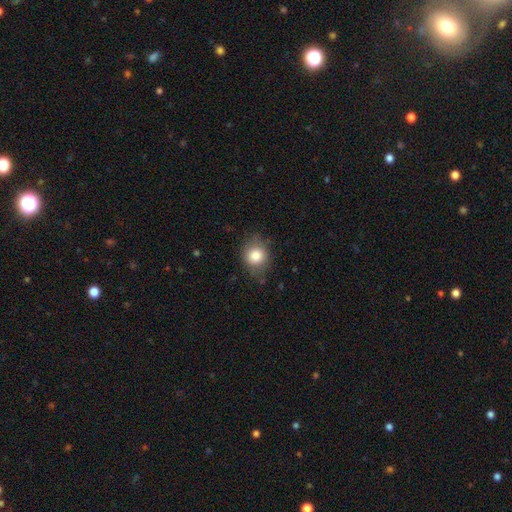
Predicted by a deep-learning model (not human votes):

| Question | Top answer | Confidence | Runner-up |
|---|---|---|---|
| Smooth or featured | smooth | 82% | star or artifact (9%) |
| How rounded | round | 71% | in between (28%) |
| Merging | none | 75% | minor disturbance (19%) |